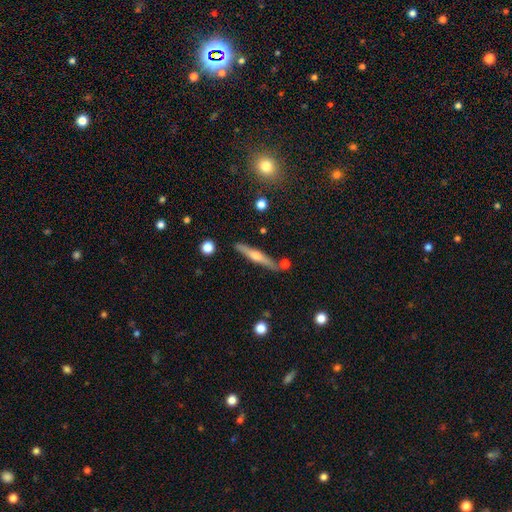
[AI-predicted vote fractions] featured or disk 63%, smooth 31%, star or artifact 7%. Down the decision tree: edge-on disk — yes (97%); edge-on bulge — rounded (87%); merging — none (83%).